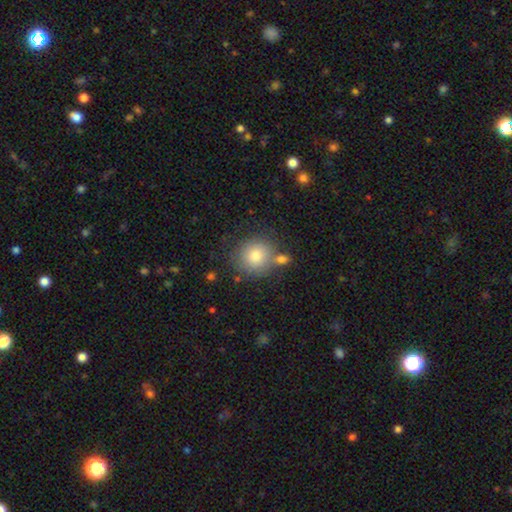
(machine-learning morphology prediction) This appears to be a smooth galaxy with no disk features (79%) that is round (90%). Merging: none (71%).